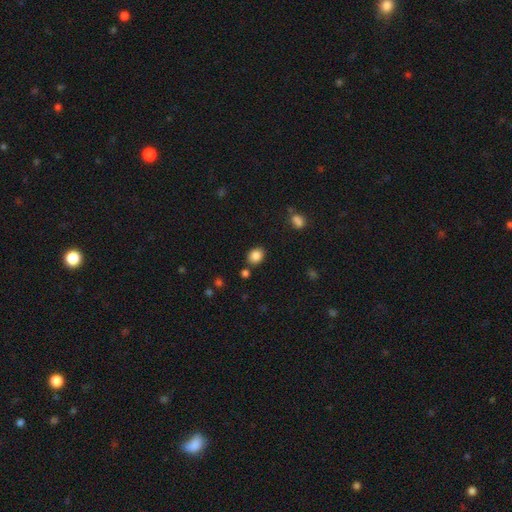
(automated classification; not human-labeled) smooth-or-featured: smooth: 85% | star or artifact: 10% | featured or disk: 5%
  how-rounded: in between: 54% | round: 46% | cigar-shaped: 1%
  merging: none: 81% | minor disturbance: 11% | merger: 6% | major disturbance: 3%